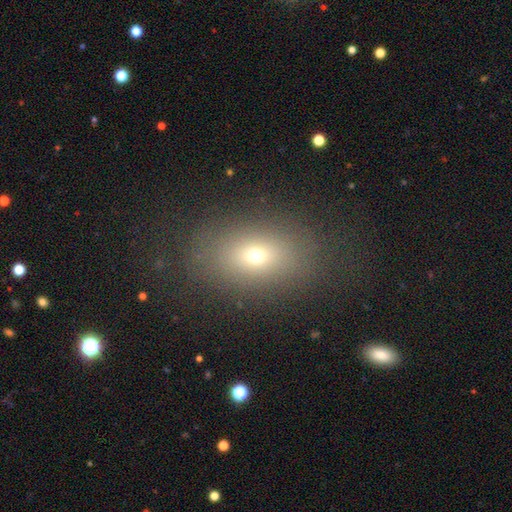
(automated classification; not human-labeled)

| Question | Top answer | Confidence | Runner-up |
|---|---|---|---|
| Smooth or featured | smooth | 65% | star or artifact (18%) |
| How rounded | in between | 76% | round (21%) |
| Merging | none | 79% | minor disturbance (12%) |